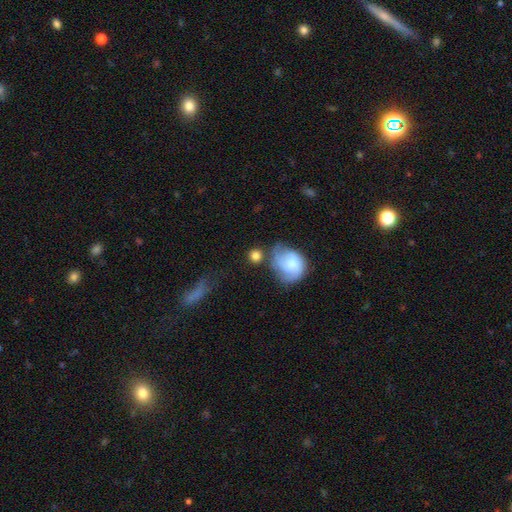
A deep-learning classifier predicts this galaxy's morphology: Smooth or featured? Predicted: smooth (p=0.76). How rounded? Predicted: round (p=0.81). Merging? Predicted: none (p=0.59).